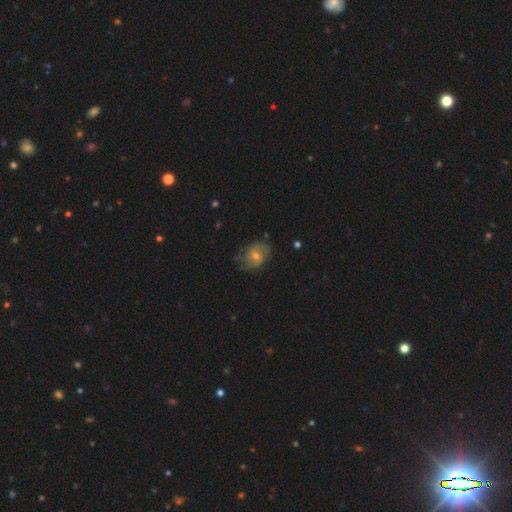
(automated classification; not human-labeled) featured or disk 51%, smooth 36%, star or artifact 13%. Down the decision tree: edge-on disk — no (96%); merging — none (68%).